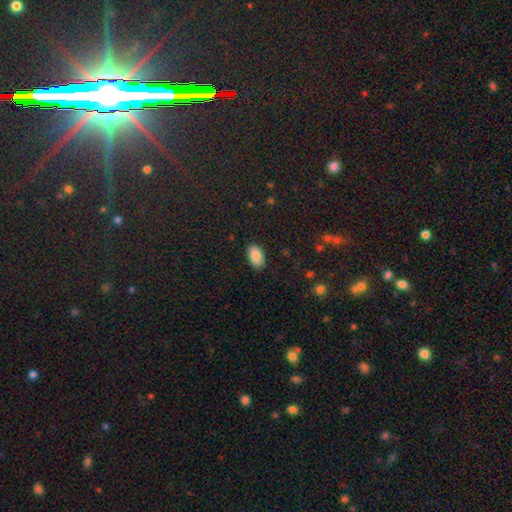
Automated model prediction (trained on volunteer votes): Q: Smooth or featured?
A: smooth (87%); runner-up: star or artifact (7%)
Q: How rounded?
A: in between (94%); runner-up: round (5%)
Q: Merging?
A: none (87%); runner-up: minor disturbance (10%)